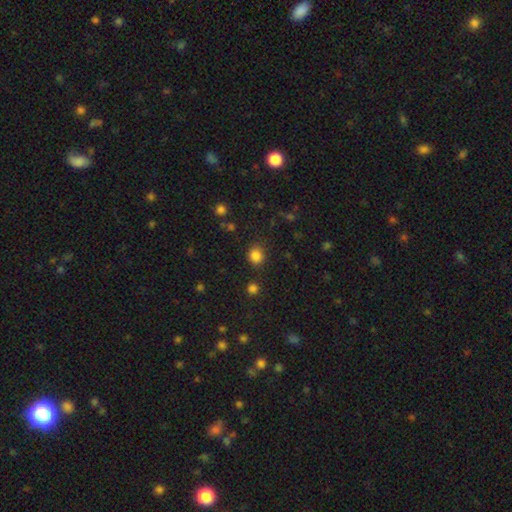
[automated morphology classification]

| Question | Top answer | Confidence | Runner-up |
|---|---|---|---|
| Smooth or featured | smooth | 83% | star or artifact (13%) |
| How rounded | round | 76% | in between (23%) |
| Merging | none | 82% | minor disturbance (10%) |